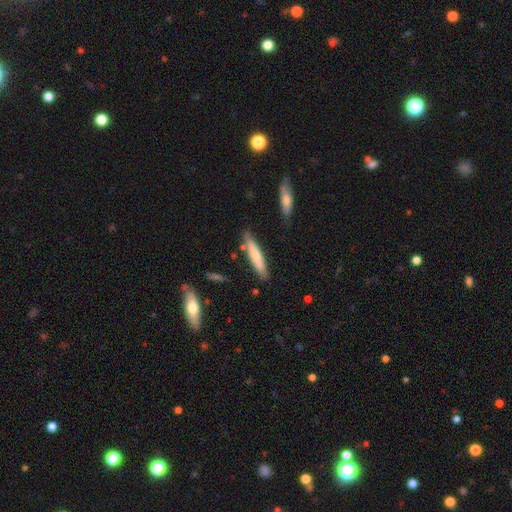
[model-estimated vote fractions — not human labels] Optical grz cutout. It shows a smooth galaxy with no disk features (62%) that is cigar-shaped (86%). Merging: none (80%).